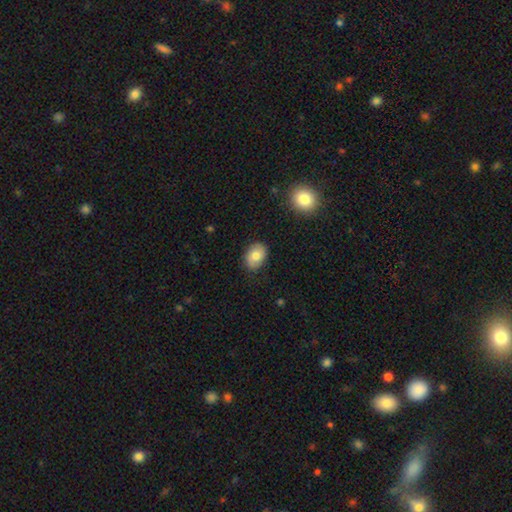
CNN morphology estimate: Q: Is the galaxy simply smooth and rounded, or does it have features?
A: smooth — 77%.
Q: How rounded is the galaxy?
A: in between — 80%.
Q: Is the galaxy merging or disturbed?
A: none — 84%.